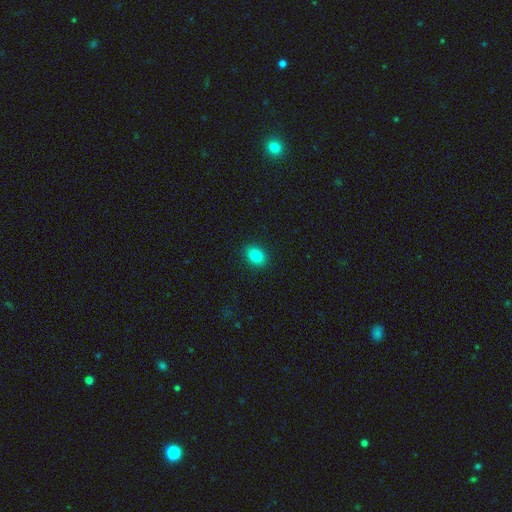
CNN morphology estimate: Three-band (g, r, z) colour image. It shows a smooth galaxy with no disk features (85%) that is in between round and cigar-shaped (73%). Merging: none (89%).